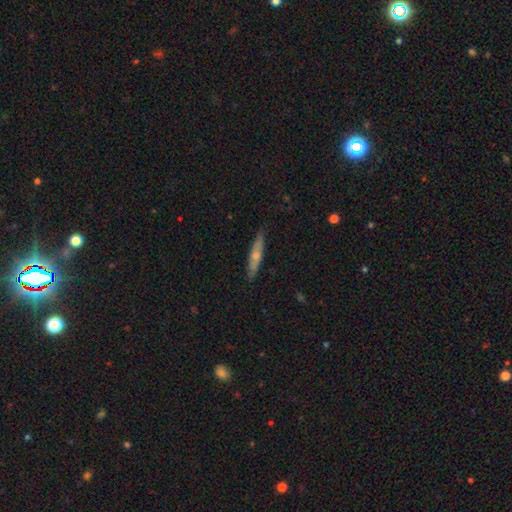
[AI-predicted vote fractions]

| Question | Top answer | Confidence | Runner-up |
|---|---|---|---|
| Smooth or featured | smooth | 49% | featured or disk (45%) |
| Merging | none | 87% | minor disturbance (10%) |